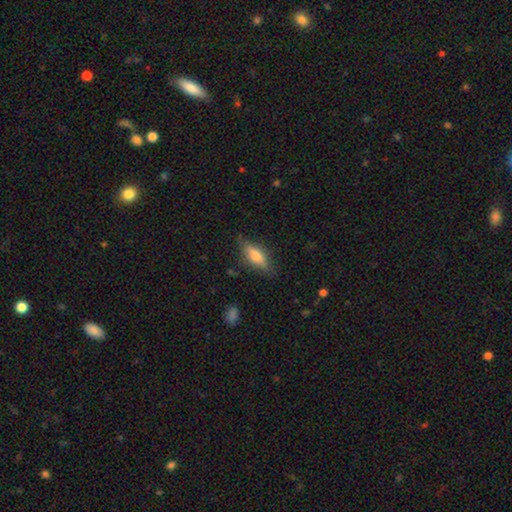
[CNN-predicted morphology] Smooth or featured? Predicted: smooth (p=0.58). How rounded? Predicted: in between (p=0.61). Merging? Predicted: none (p=0.77).